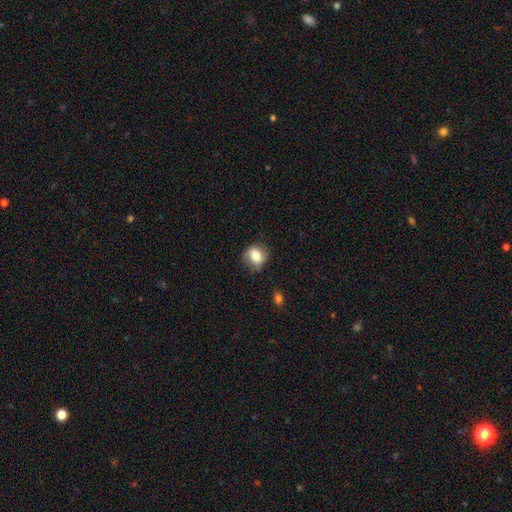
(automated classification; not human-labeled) Smooth or featured?
  - smooth: 75% *
  - featured or disk: 16%
  - star or artifact: 9%
How rounded?
  - round: 67% *
  - in between: 32%
  - cigar-shaped: 1%
Merging?
  - none: 72% *
  - minor disturbance: 21%
  - major disturbance: 6%
  - merger: 2%